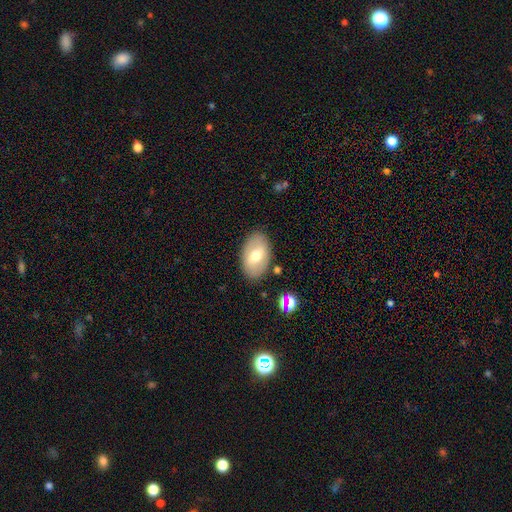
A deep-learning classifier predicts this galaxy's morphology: Overall: smooth (58%; featured or disk 35%). How rounded: in between (90%). Merging: none (84%).